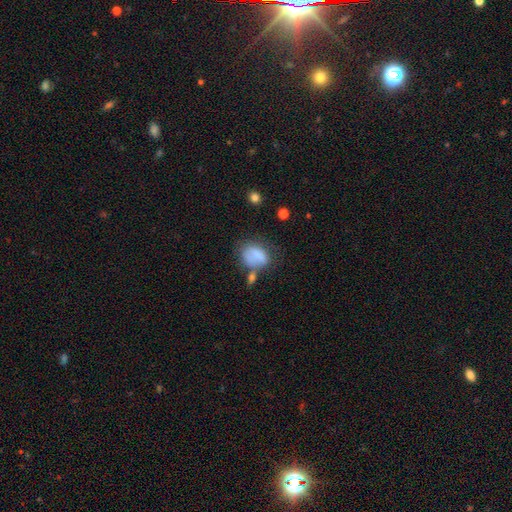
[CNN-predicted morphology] smooth-or-featured: smooth: 76% | featured or disk: 15% | star or artifact: 9%
  how-rounded: in between: 71% | round: 27% | cigar-shaped: 2%
  merging: none: 39% | minor disturbance: 25% | major disturbance: 18% | merger: 18%